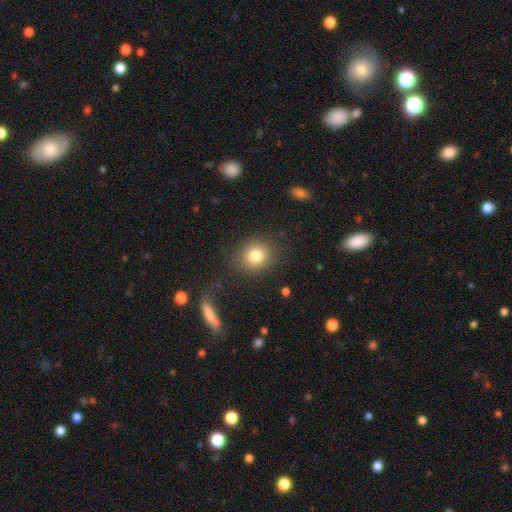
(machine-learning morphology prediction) Q: Smooth or featured?
A: smooth (81%); runner-up: star or artifact (11%)
Q: How rounded?
A: round (76%); runner-up: in between (23%)
Q: Merging?
A: none (84%); runner-up: minor disturbance (10%)